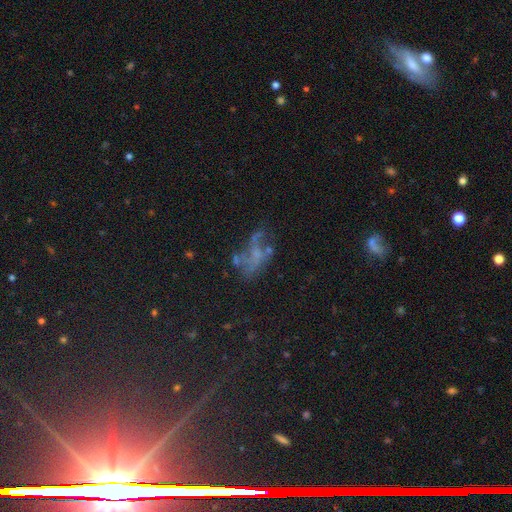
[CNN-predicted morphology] Smooth or featured? featured or disk (50%)
Merging? none (36%)